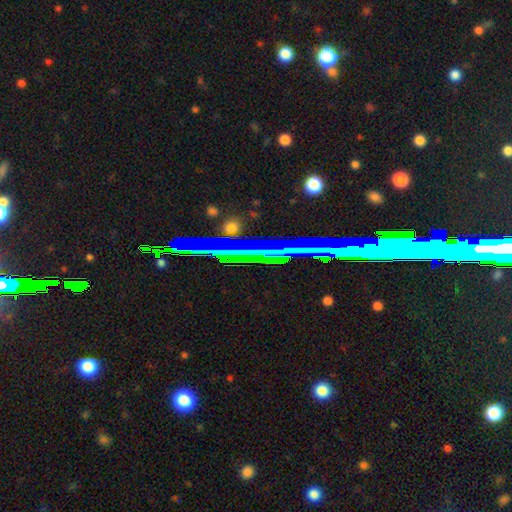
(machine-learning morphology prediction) smooth-or-featured: star or artifact: 62% | featured or disk: 24% | smooth: 14%